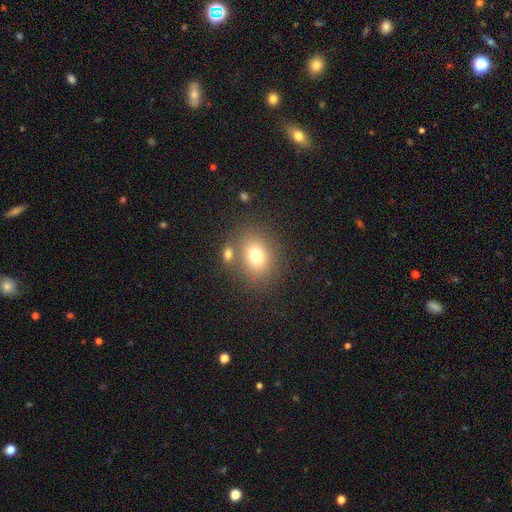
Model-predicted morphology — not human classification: Smooth or featured? smooth (75%)
How rounded? round (56%)
Merging? none (70%)